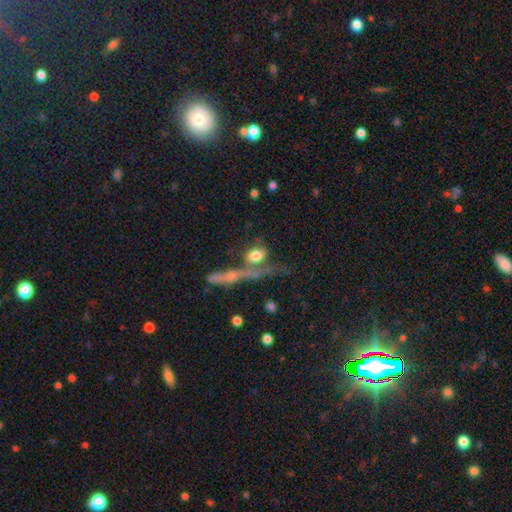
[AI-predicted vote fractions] smooth_or_featured: smooth (p=0.65) [alt: featured or disk p=0.24]
how_rounded: in between (p=0.54) [alt: round p=0.32]
merging: none (p=0.38) [alt: merger p=0.33]